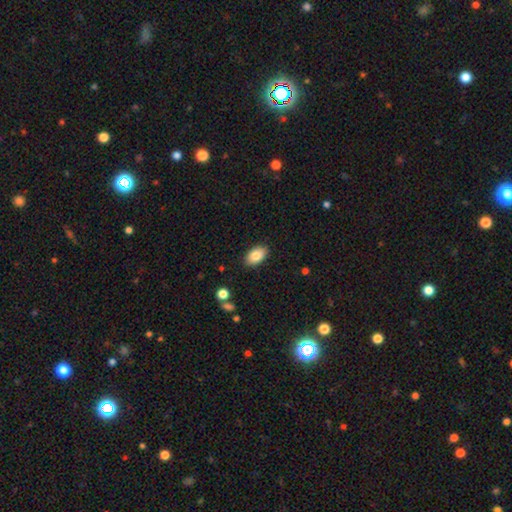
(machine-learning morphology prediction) Overall: smooth (82%). How rounded: in between (92%). Merging: none (87%).